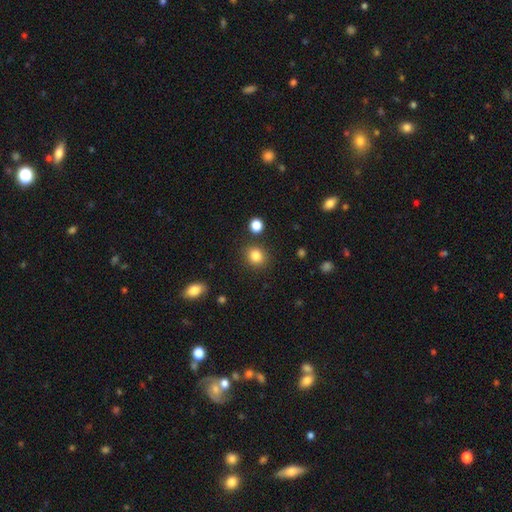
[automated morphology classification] type=smooth (84%); roundness=round (79%); merging=none (85%).